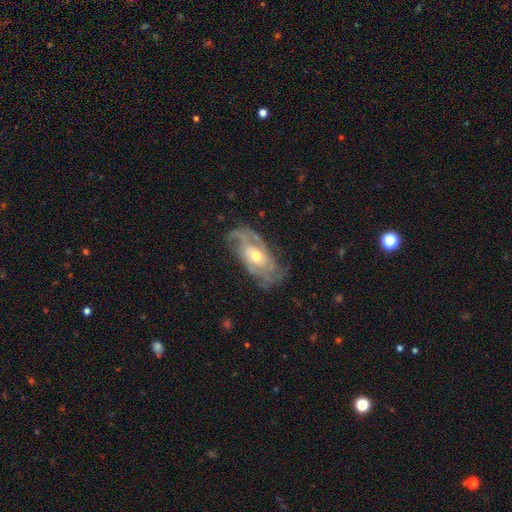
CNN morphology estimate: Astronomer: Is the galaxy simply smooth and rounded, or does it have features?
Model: featured or disk — 87%.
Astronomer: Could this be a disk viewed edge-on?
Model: no — 94%.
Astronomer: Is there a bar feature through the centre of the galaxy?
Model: no — 65%.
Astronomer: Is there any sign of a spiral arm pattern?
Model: yes — 95%.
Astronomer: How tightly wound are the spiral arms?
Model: tight — 43% (runner-up: medium, 42%).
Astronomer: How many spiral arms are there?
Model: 2 — 47%.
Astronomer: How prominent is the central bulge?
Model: moderate — 69%.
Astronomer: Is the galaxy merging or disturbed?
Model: none — 70%.